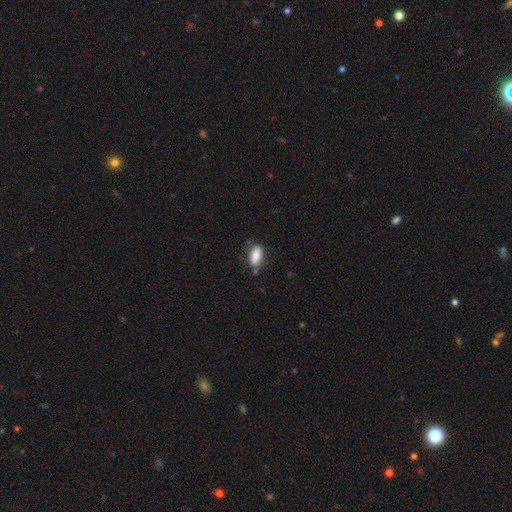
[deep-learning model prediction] This appears to be a smooth galaxy with no disk features (78%) that is in between round and cigar-shaped (85%). Merging: none (73%).